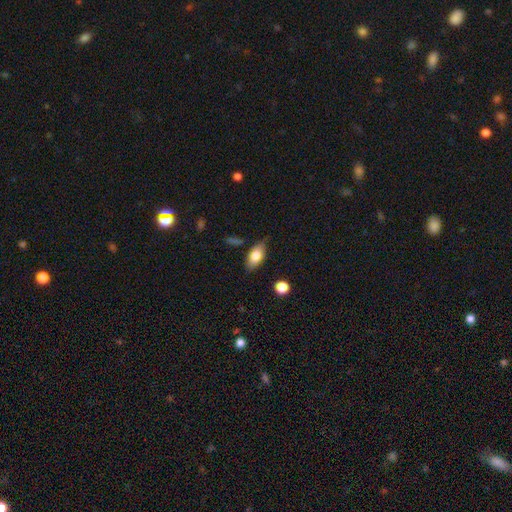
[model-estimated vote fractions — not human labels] This is likely a smooth galaxy (77%). How rounded: clearly in between (89%). Merging: likely none (78%).